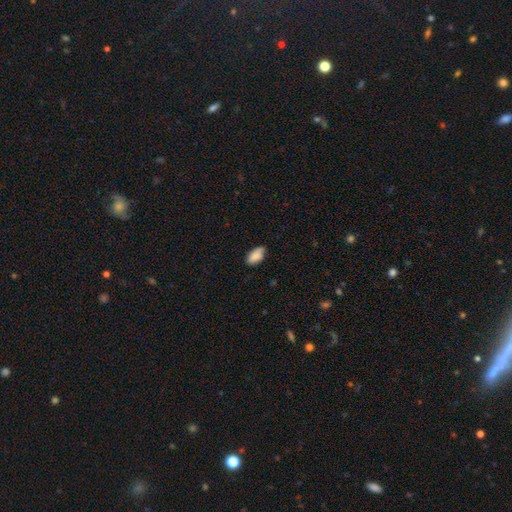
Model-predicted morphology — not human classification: The model was most divided on "merging": none: 70%, minor disturbance: 25%, major disturbance: 4%, merger: 1%. More confident: how rounded — in between (92%); smooth or featured — smooth (83%).